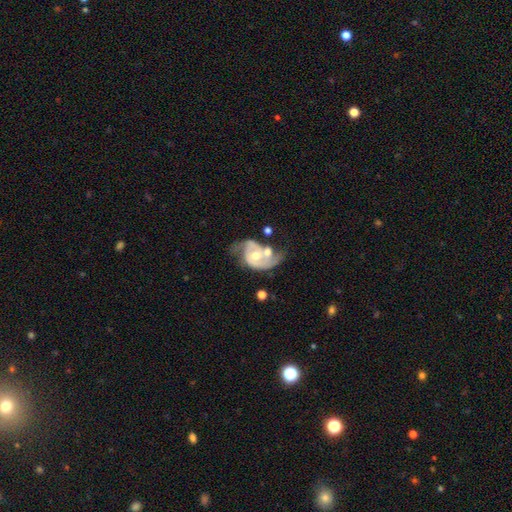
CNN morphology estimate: smooth-or-featured: featured or disk: 82% | smooth: 13% | star or artifact: 5%
  disk-edge-on: no: 97% | yes: 3%
    bar: no: 67% | weak: 26% | strong: 7%
    has-spiral-arms: yes: 87% | no: 13%
      spiral-winding: medium: 44% | loose: 33% | tight: 23%
      spiral-arm-count: 2: 81% | can't tell: 8% | 1: 8% | 3: 2% | 4: 1% | more than 4: 1%
    bulge-size: moderate: 72% | small: 21% | large: 5% | none: 1% | dominant: 1%
  merging: none: 31% | merger: 29% | major disturbance: 21% | minor disturbance: 19%